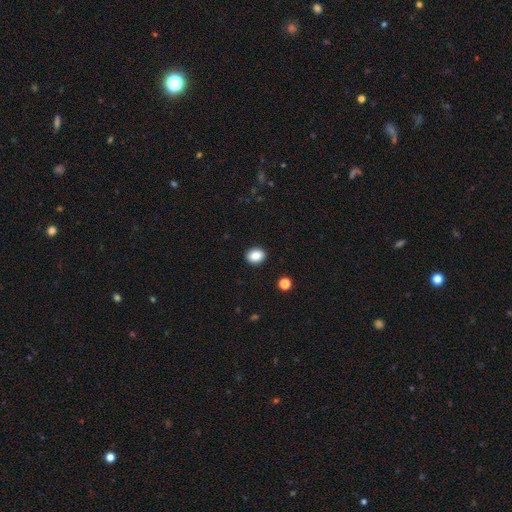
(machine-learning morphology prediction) This appears to be a smooth galaxy with no disk features (87%) that is in between round and cigar-shaped (51%). Merging: none (91%).